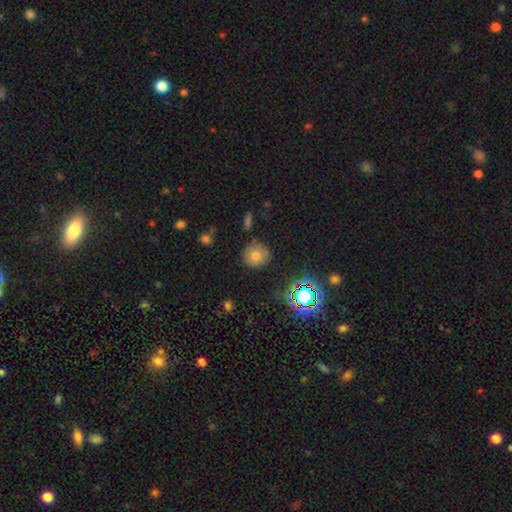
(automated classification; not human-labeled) This appears to be a smooth galaxy with no disk features (71%) that is round (89%). Merging: none (82%).